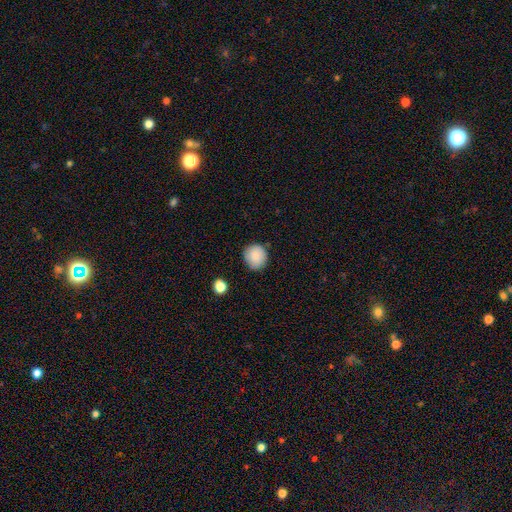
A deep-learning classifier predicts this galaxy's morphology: Smooth or featured: smooth — 87% (star or artifact — 8%)
How rounded: round — 86% (in between — 13%)
Merging: none — 84% (minor disturbance — 12%)